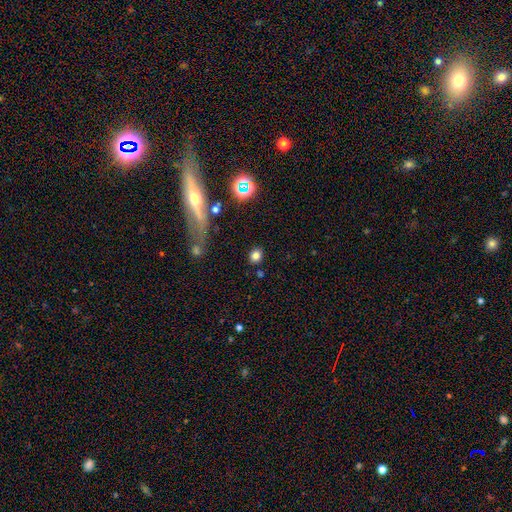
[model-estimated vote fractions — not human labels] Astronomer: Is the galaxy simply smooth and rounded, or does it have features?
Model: smooth — 79%.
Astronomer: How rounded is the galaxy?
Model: round — 68%.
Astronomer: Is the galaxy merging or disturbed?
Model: none — 85%.